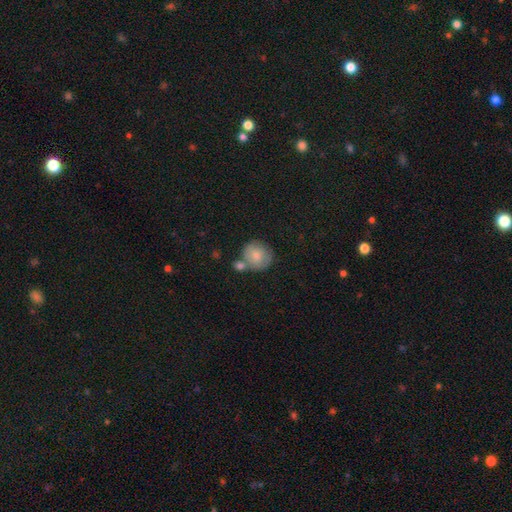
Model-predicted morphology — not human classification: Smooth or featured: smooth — 75% (featured or disk — 19%)
How rounded: round — 85% (in between — 14%)
Merging: none — 50% (merger — 28%)